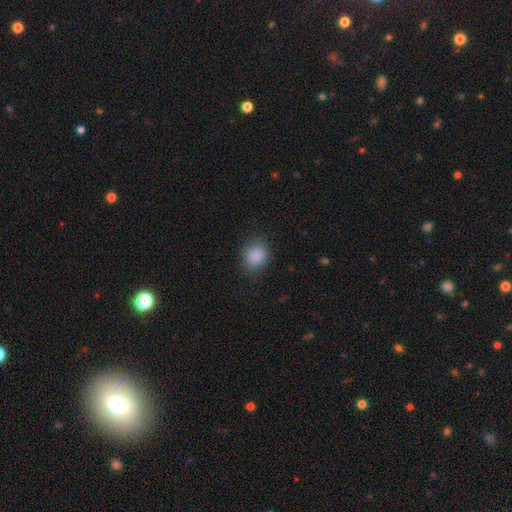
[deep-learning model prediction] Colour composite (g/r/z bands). It shows a smooth galaxy with no disk features (87%) that is round (68%). Merging: none (82%).